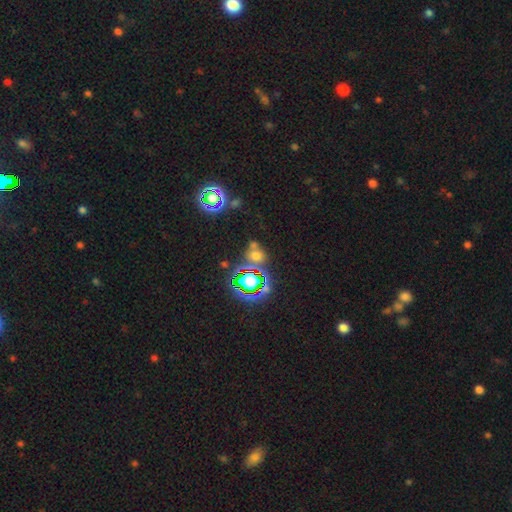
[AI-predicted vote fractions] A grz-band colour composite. It shows a star or artifact, not a galaxy (49%).